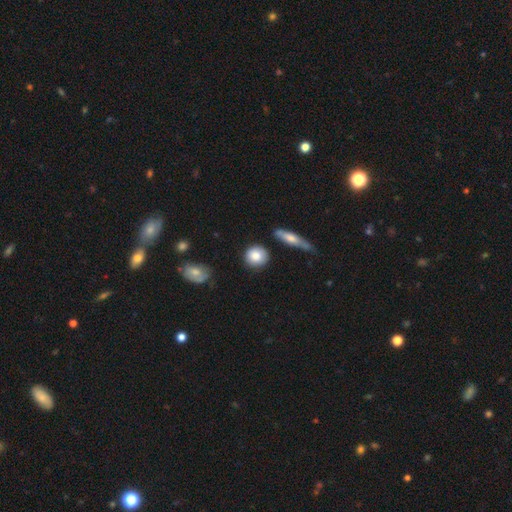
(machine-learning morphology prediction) Smooth or featured? smooth (82%)
How rounded? round (86%)
Merging? none (80%)